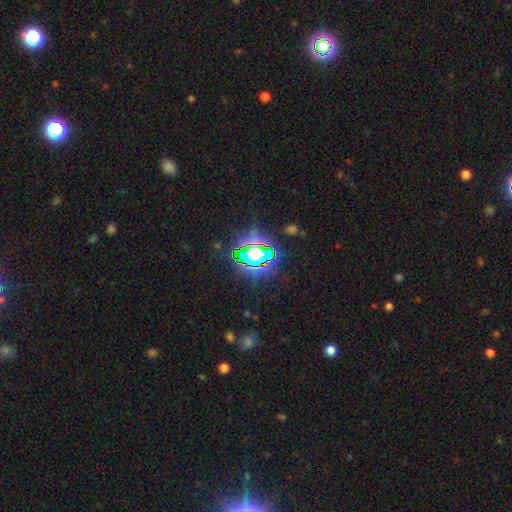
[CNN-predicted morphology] The model was most divided on "smooth or featured": star or artifact: 68%, smooth: 20%, featured or disk: 12%.